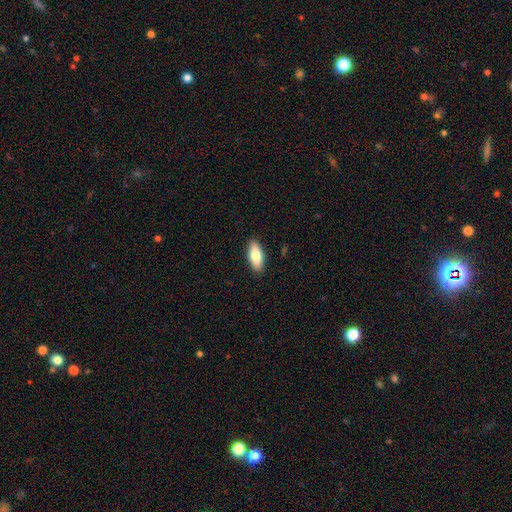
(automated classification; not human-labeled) Smooth or featured: smooth — 77% (featured or disk — 17%)
How rounded: in between — 81% (cigar-shaped — 16%)
Merging: none — 90% (minor disturbance — 8%)